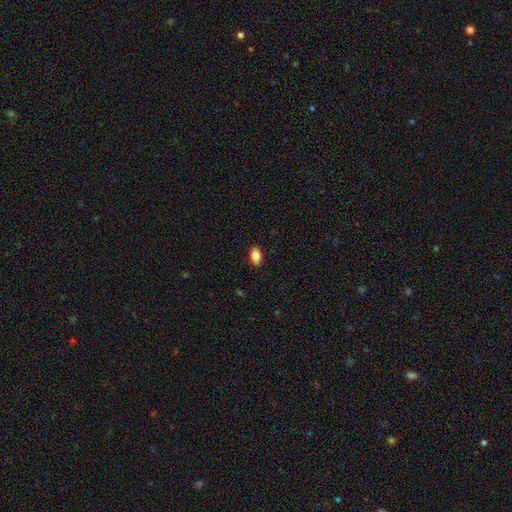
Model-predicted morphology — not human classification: Smooth or featured? smooth (85%)
How rounded? in between (90%)
Merging? none (88%)